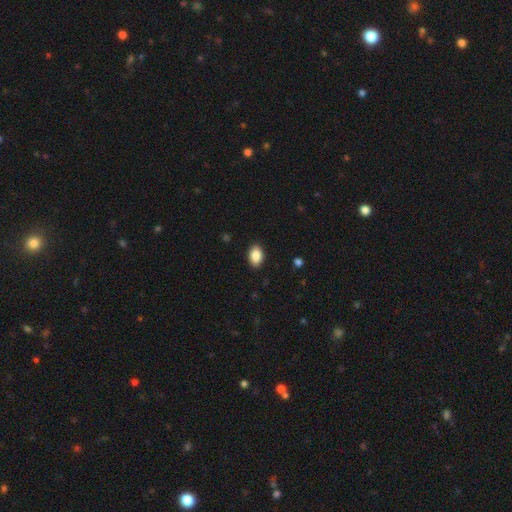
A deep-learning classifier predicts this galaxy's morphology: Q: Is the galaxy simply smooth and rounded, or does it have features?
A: smooth — 89%.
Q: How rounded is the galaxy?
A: in between — 88%.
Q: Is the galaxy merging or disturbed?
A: none — 89%.